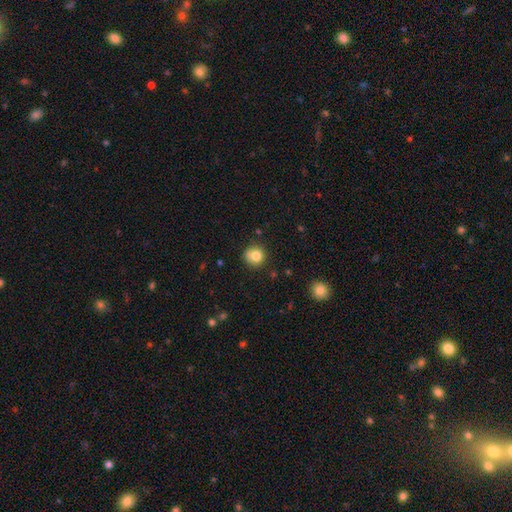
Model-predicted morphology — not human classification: type=smooth (81%); roundness=round (91%); merging=none (77%).